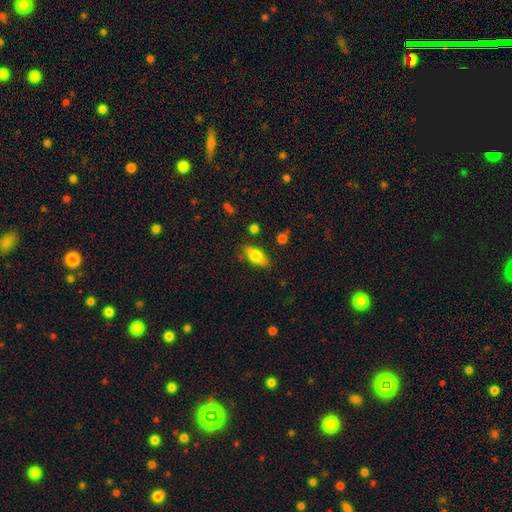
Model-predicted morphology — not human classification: Overall: smooth (73%). How rounded: in between (77%). Merging: none (79%).